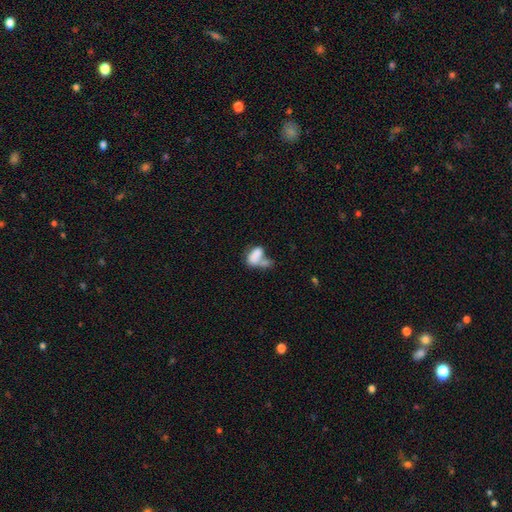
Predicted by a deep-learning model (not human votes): Q: Smooth or featured?
A: smooth (75%); runner-up: featured or disk (16%)
Q: How rounded?
A: in between (90%); runner-up: round (7%)
Q: Merging?
A: merger (56%); runner-up: none (18%)